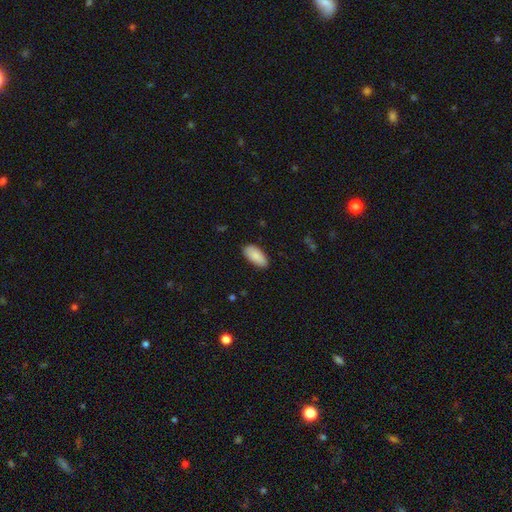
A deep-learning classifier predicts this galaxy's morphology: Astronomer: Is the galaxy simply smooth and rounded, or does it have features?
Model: smooth — 89%.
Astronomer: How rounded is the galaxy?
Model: in between — 91%.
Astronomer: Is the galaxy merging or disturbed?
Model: none — 85%.